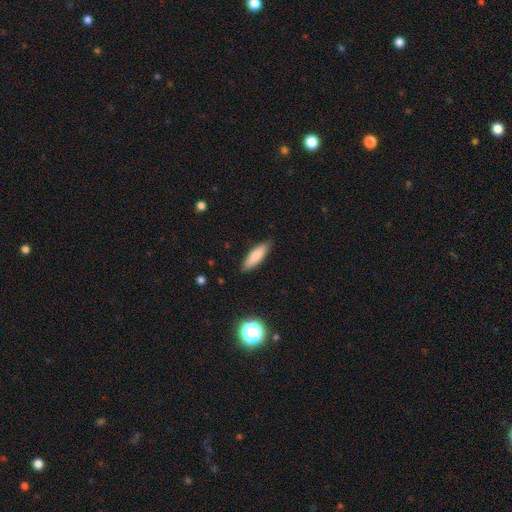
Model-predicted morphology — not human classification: Smooth or featured?
  - smooth: 84% *
  - featured or disk: 10%
  - star or artifact: 7%
How rounded?
  - cigar-shaped: 51% *
  - in between: 47%
  - round: 2%
Merging?
  - none: 87% *
  - minor disturbance: 10%
  - major disturbance: 2%
  - merger: 1%